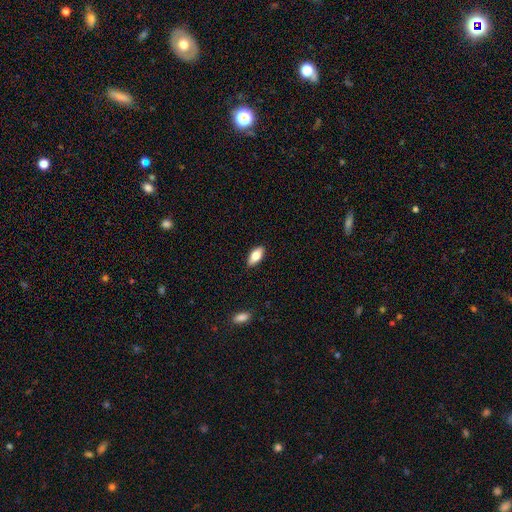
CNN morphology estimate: The model was most divided on "smooth or featured": smooth: 77%, featured or disk: 16%, star or artifact: 7%. More confident: how rounded — in between (87%); merging — none (87%).